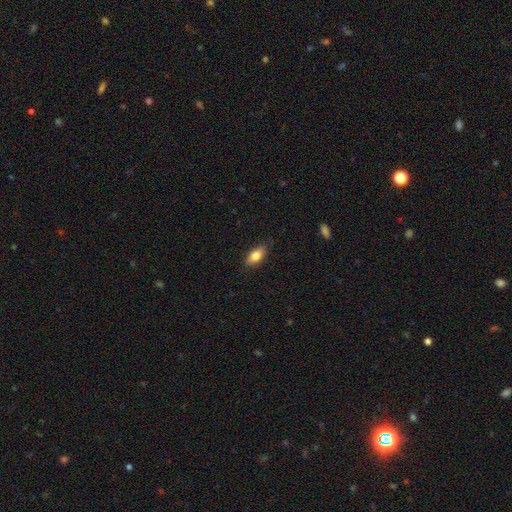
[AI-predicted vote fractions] This appears to be a smooth galaxy with no disk features (81%) that is in between round and cigar-shaped (87%). Merging: none (82%).